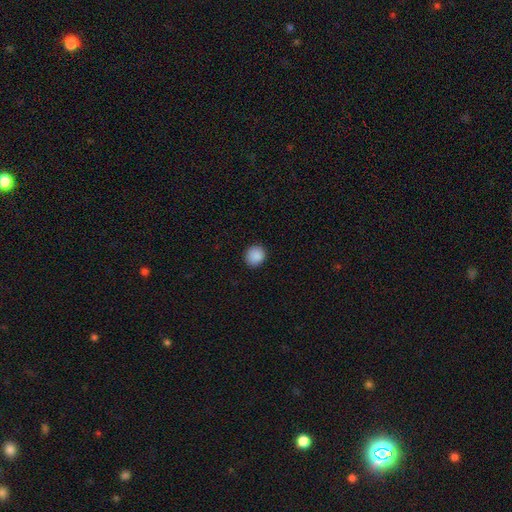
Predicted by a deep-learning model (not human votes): This appears to be a smooth galaxy with no disk features (89%) that is round (86%). Merging: none (91%).